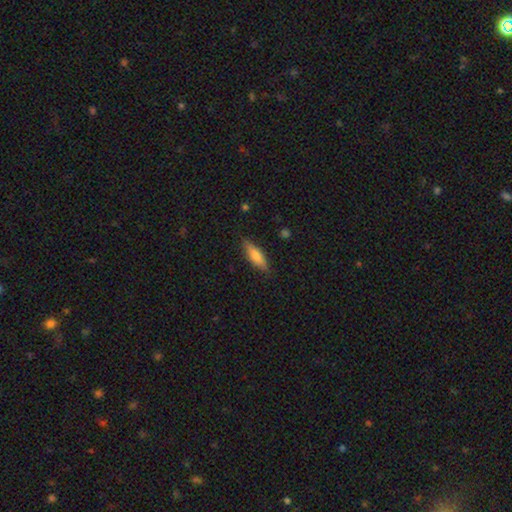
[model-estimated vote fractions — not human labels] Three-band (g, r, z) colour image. It shows a smooth galaxy with no disk features (68%) that is cigar-shaped (53%). Merging: none (84%).